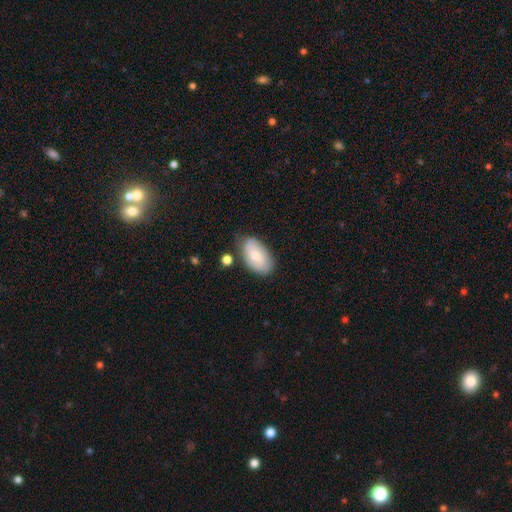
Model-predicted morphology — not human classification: smooth-or-featured: smooth: 65% | featured or disk: 29% | star or artifact: 7%
  how-rounded: in between: 93% | round: 5% | cigar-shaped: 2%
  merging: none: 69% | minor disturbance: 21% | major disturbance: 5% | merger: 5%